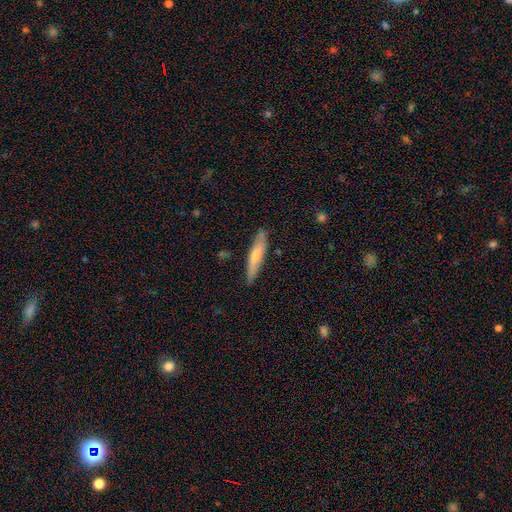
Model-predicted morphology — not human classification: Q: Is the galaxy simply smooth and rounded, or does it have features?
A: smooth — 64%.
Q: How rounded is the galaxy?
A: cigar-shaped — 88%.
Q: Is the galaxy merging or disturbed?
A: none — 84%.